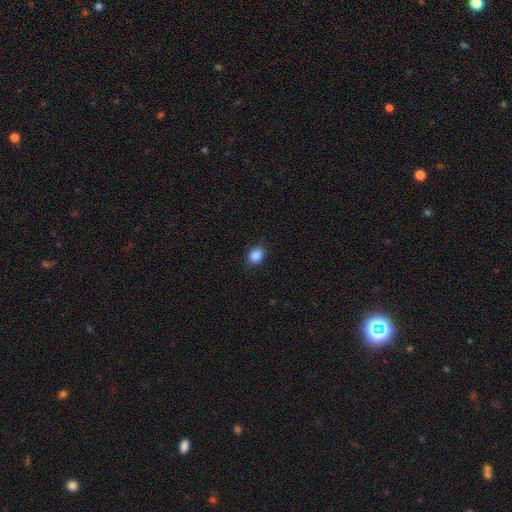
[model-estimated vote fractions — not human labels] This appears to be a smooth galaxy with no disk features (88%) that is in between round and cigar-shaped (53%). Merging: none (87%).